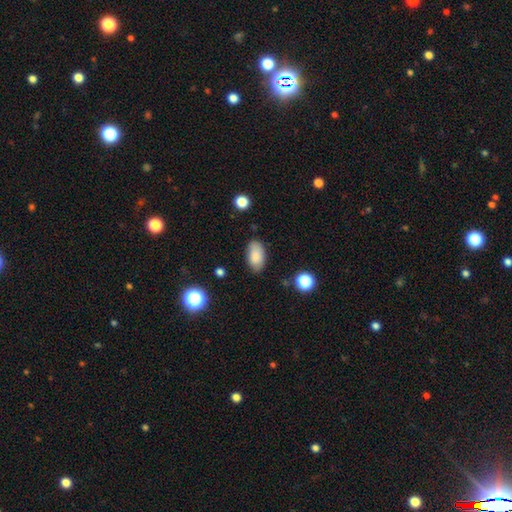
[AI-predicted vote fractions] Morphology: type=smooth (85%); roundness=in between (93%); merging=none (81%).